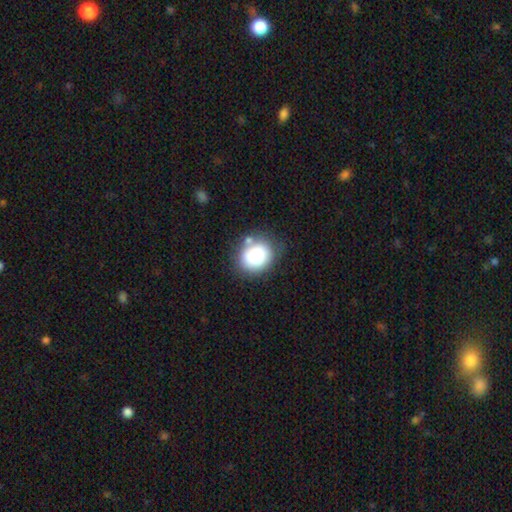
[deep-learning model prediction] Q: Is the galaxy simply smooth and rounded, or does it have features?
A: smooth — 82%.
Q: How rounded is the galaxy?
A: round — 57%.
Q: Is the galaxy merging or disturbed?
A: none — 68%.